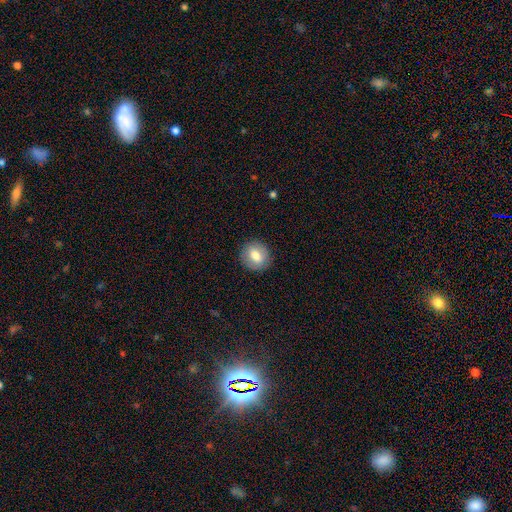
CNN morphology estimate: A smooth galaxy with no disk features (75%) that is round (79%). Merging: none (88%).